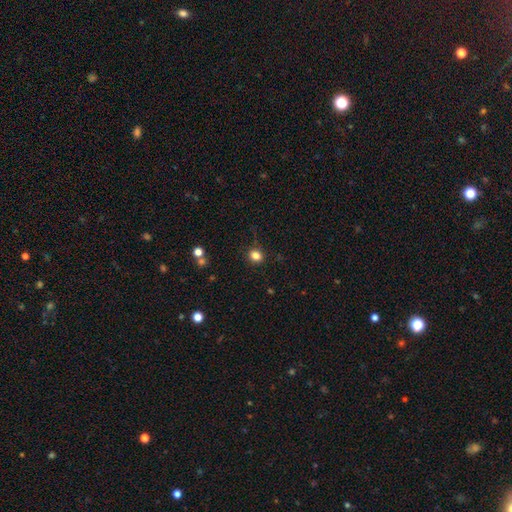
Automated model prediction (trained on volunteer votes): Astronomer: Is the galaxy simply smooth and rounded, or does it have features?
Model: smooth — 83%.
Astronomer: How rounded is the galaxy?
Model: round — 74%.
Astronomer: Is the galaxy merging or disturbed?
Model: none — 86%.